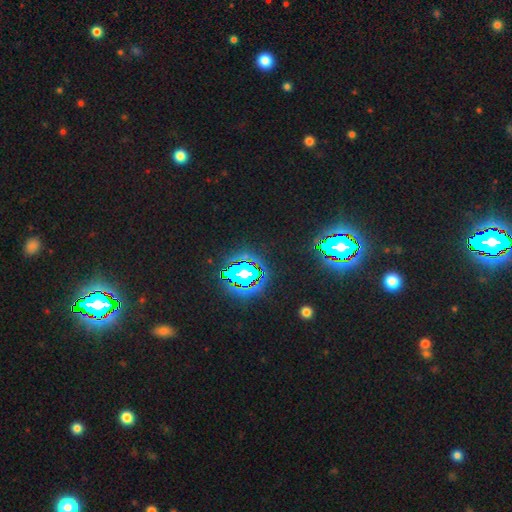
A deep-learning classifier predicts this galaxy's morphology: This is clearly a star or artifact rather than a galaxy (83%).